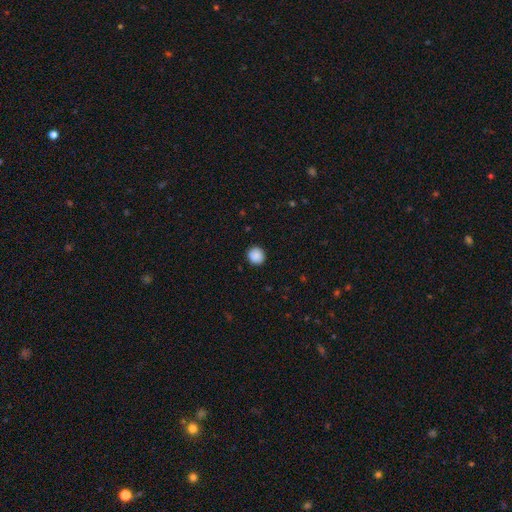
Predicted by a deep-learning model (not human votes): Morphology: type=smooth (89%); roundness=round (91%); merging=none (90%).